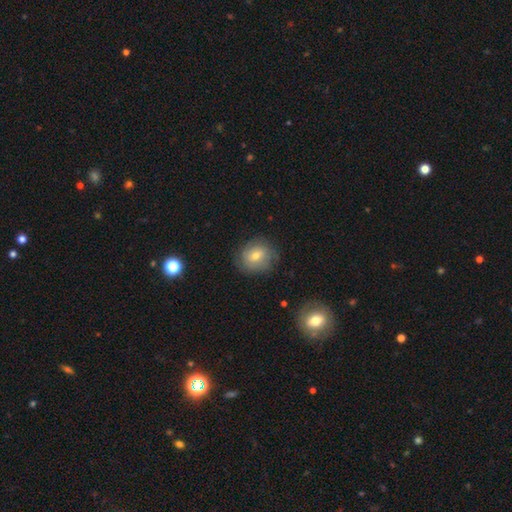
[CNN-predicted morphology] A smooth galaxy with no disk features (63%) that is round (77%). Merging: none (78%).